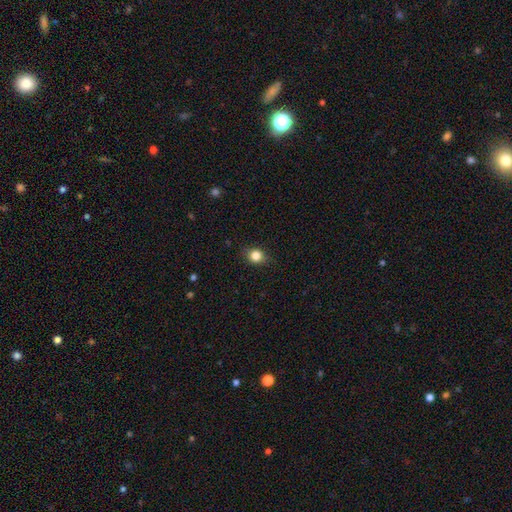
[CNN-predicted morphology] smooth-or-featured: smooth: 82% | star or artifact: 11% | featured or disk: 7%
  how-rounded: round: 63% | in between: 35% | cigar-shaped: 1%
  merging: none: 84% | minor disturbance: 13% | major disturbance: 3% | merger: 1%